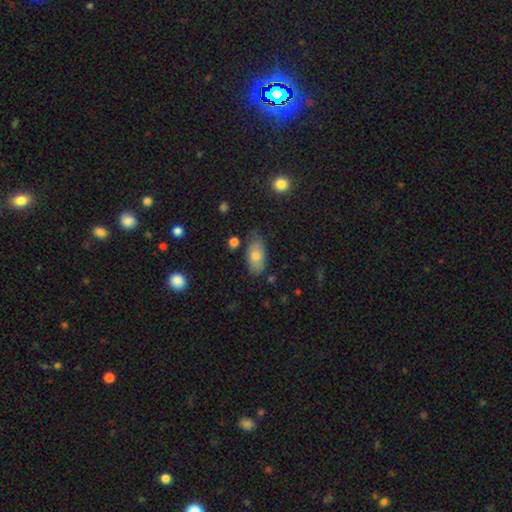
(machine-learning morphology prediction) The model was most divided on "merging": none: 69%, minor disturbance: 23%, major disturbance: 5%, merger: 3%. More confident: how rounded — in between (90%); smooth or featured — smooth (72%).